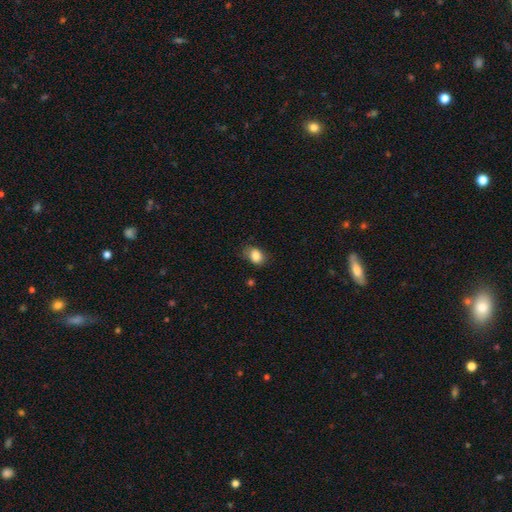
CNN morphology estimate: Smooth or featured: smooth — 85% (star or artifact — 9%)
How rounded: in between — 70% (round — 29%)
Merging: none — 69% (minor disturbance — 24%)